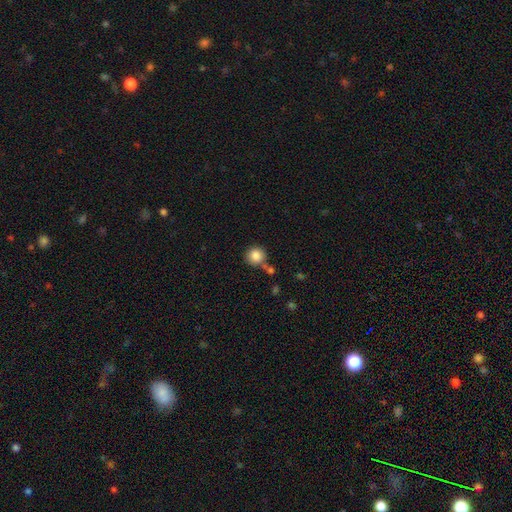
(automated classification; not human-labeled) Smooth or featured: smooth — 85% (star or artifact — 10%)
How rounded: round — 92% (in between — 7%)
Merging: none — 70% (merger — 15%)